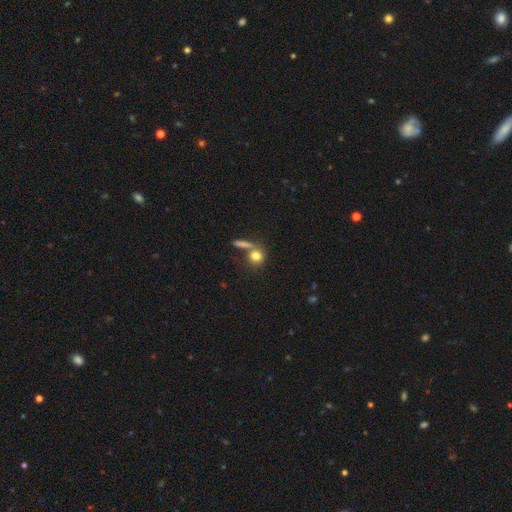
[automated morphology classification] Smooth or featured: smooth — 79% (featured or disk — 11%)
How rounded: round — 79% (in between — 17%)
Merging: none — 52% (merger — 29%)